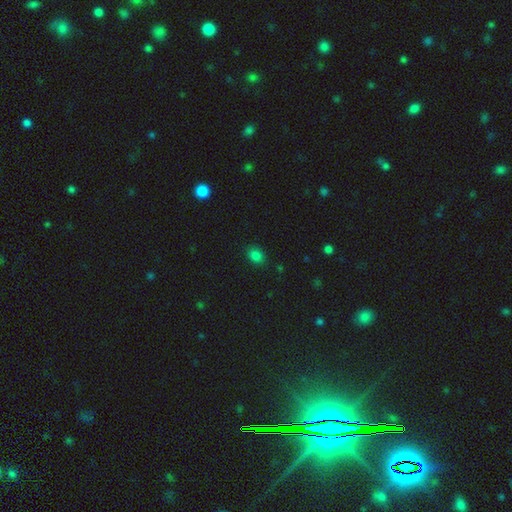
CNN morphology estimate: smooth_or_featured: smooth (p=0.81) [alt: star or artifact p=0.15]
how_rounded: in between (p=0.63) [alt: round p=0.36]
merging: none (p=0.85) [alt: minor disturbance p=0.11]